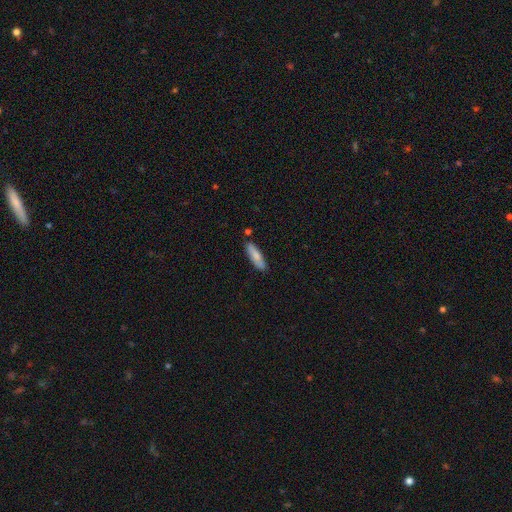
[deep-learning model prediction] A smooth galaxy with no disk features (80%) that is cigar-shaped (65%). Merging: none (83%).